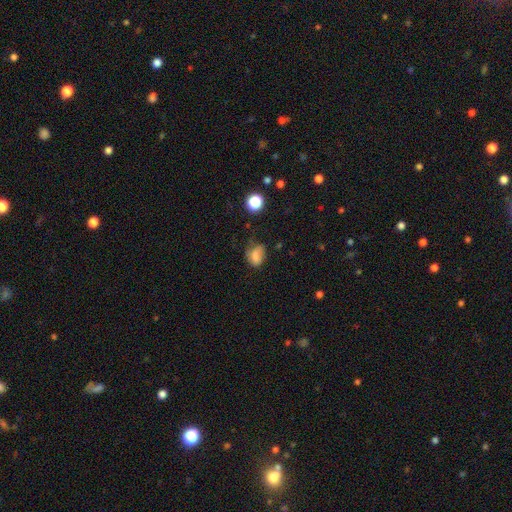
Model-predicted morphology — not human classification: smooth-or-featured: smooth: 73% | star or artifact: 14% | featured or disk: 13%
  how-rounded: in between: 70% | round: 28% | cigar-shaped: 2%
  merging: none: 40% | minor disturbance: 35% | major disturbance: 21% | merger: 4%